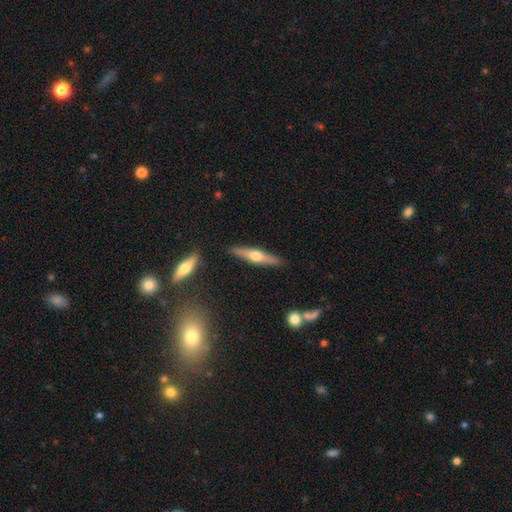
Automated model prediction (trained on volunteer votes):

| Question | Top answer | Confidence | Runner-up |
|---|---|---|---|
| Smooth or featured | featured or disk | 62% | smooth (32%) |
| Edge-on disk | yes | 96% | no (4%) |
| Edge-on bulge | rounded | 93% | boxy (4%) |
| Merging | none | 89% | minor disturbance (7%) |